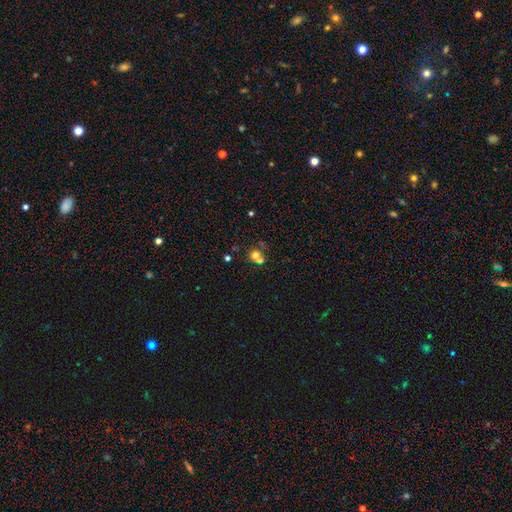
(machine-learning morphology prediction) The model was most divided on "merging": none: 51%, merger: 35%, minor disturbance: 9%, major disturbance: 6%. More confident: how rounded — round (85%); smooth or featured — smooth (60%).